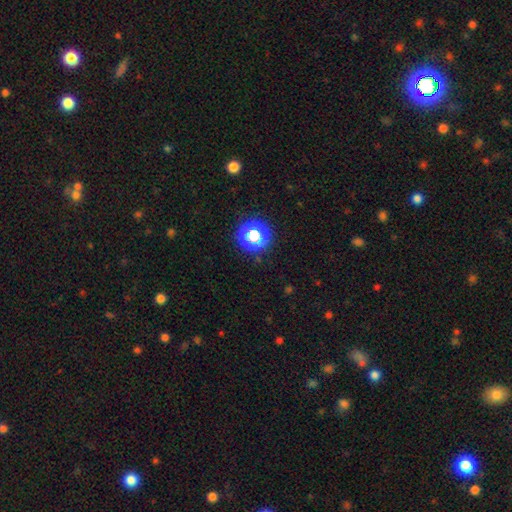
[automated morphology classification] Smooth or featured: star or artifact — 59% (smooth — 35%)